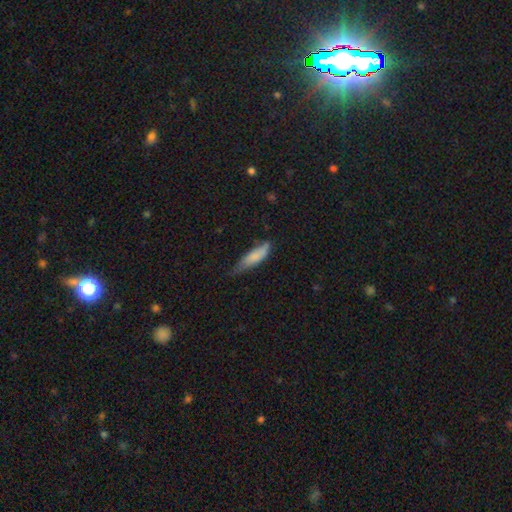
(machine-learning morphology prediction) This is likely a smooth galaxy (79%). How rounded: possibly cigar-shaped (57%). Merging: marginally minor disturbance (44%).